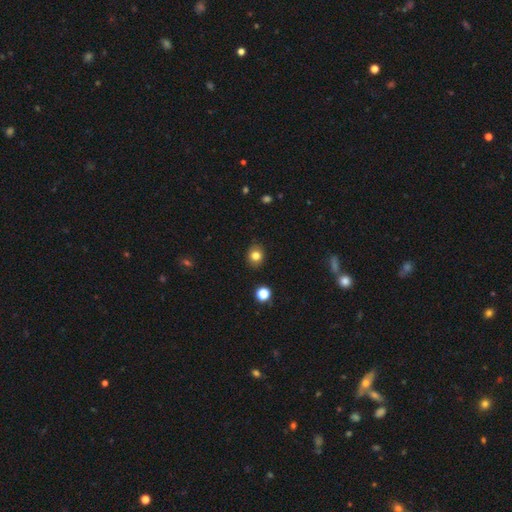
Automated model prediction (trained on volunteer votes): smooth_or_featured: smooth (p=0.81) [alt: star or artifact p=0.12]
how_rounded: round (p=0.68) [alt: in between p=0.31]
merging: none (p=0.88) [alt: minor disturbance p=0.08]